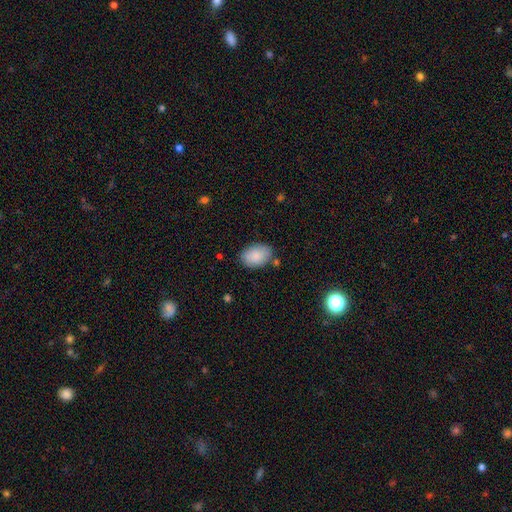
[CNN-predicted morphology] Smooth or featured: smooth — 88% (star or artifact — 6%)
How rounded: in between — 88% (round — 11%)
Merging: none — 79% (minor disturbance — 15%)